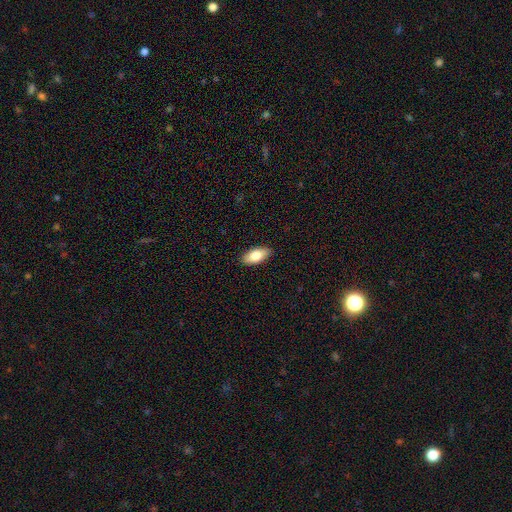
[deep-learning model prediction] Smooth or featured?
  - smooth: 82% *
  - featured or disk: 12%
  - star or artifact: 6%
How rounded?
  - in between: 92% *
  - cigar-shaped: 6%
  - round: 2%
Merging?
  - none: 89% *
  - minor disturbance: 8%
  - major disturbance: 2%
  - merger: 1%